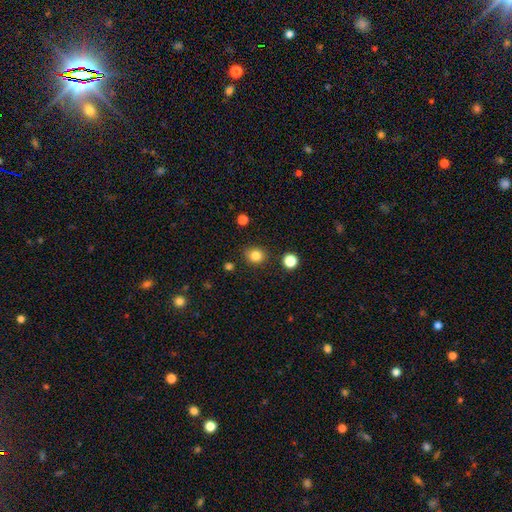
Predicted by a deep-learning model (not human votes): Morphology: type=smooth (83%); roundness=round (78%); merging=none (84%).